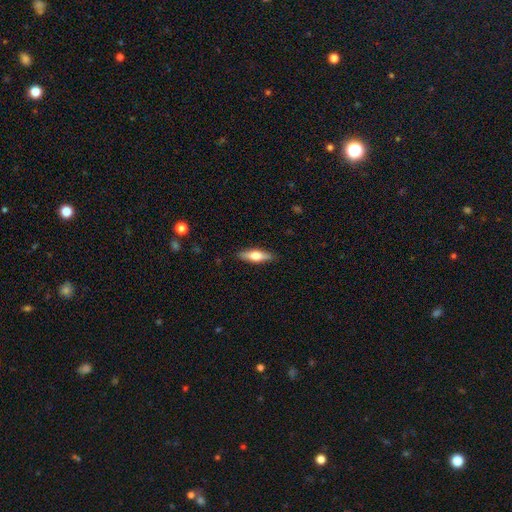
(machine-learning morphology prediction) This is possibly a smooth galaxy (58%). How rounded: possibly cigar-shaped (53%). Merging: clearly none (88%).